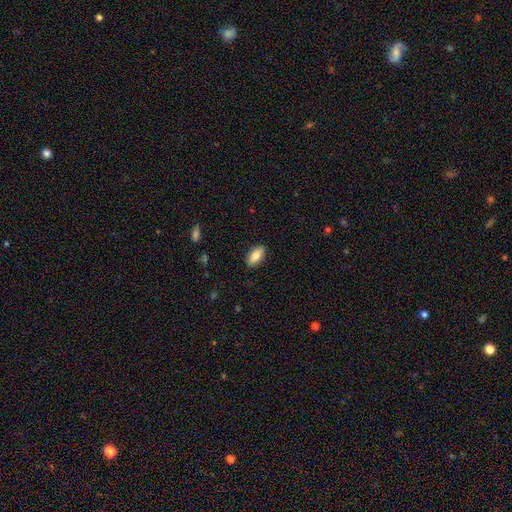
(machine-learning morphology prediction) The model was most divided on "smooth or featured": smooth: 79%, featured or disk: 15%, star or artifact: 7%. More confident: merging — none (89%); how rounded — in between (88%).